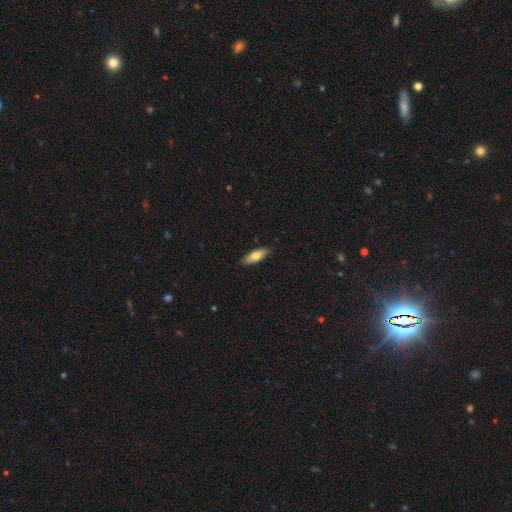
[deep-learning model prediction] Smooth or featured?
  - smooth: 72% *
  - featured or disk: 22%
  - star or artifact: 6%
How rounded?
  - in between: 62% *
  - cigar-shaped: 36%
  - round: 2%
Merging?
  - none: 87% *
  - minor disturbance: 10%
  - major disturbance: 2%
  - merger: 1%